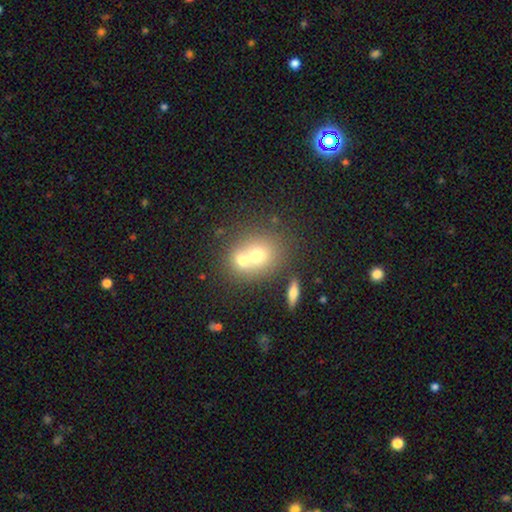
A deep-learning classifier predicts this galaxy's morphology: A smooth galaxy with no disk features (65%) that is round (70%). Merging: merger (60%).